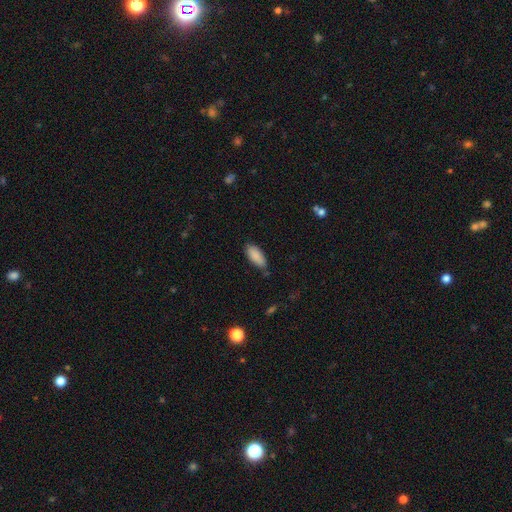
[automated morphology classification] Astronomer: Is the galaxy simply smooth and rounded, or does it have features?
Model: smooth — 89%.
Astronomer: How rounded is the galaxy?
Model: in between — 84%.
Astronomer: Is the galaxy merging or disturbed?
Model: none — 74%.